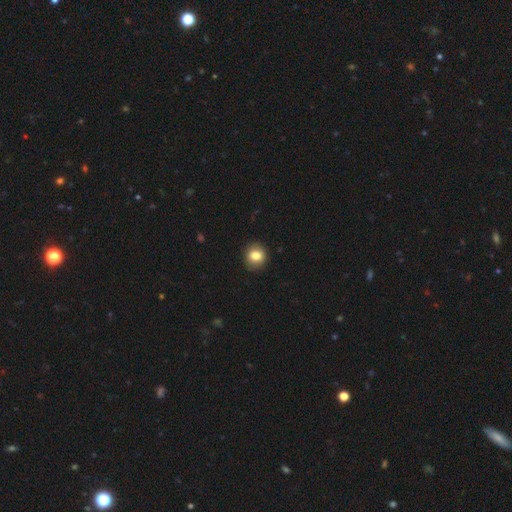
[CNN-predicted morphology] The model was most divided on "how rounded": round: 80%, in between: 19%, cigar-shaped: 1%. More confident: merging — none (89%); smooth or featured — smooth (81%).